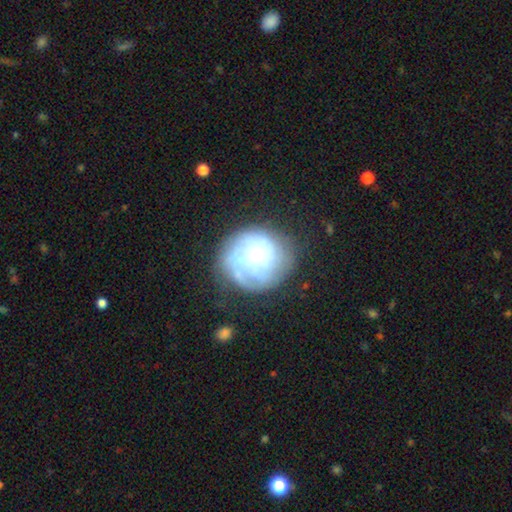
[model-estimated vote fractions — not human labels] Smooth or featured: featured or disk — 54% (smooth — 37%)
Edge-on disk: no — 98% (yes — 2%)
Bar: no — 82% (weak — 15%)
Spiral arms: yes — 67% (no — 33%)
Bulge size: small — 54% (moderate — 32%)
Merging: none — 59% (minor disturbance — 23%)